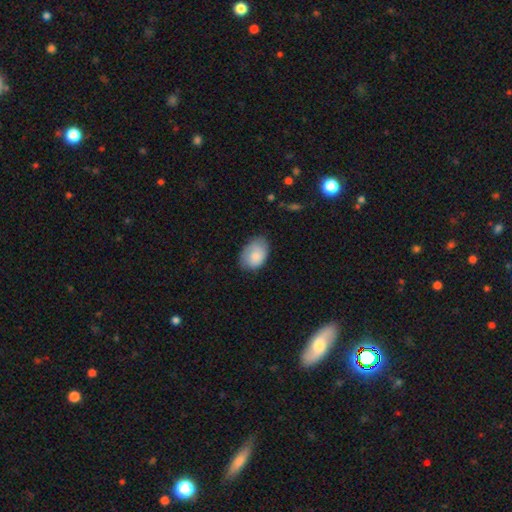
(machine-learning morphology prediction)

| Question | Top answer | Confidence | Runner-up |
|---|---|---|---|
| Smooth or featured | smooth | 80% | featured or disk (13%) |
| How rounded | in between | 83% | round (16%) |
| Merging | none | 68% | minor disturbance (26%) |